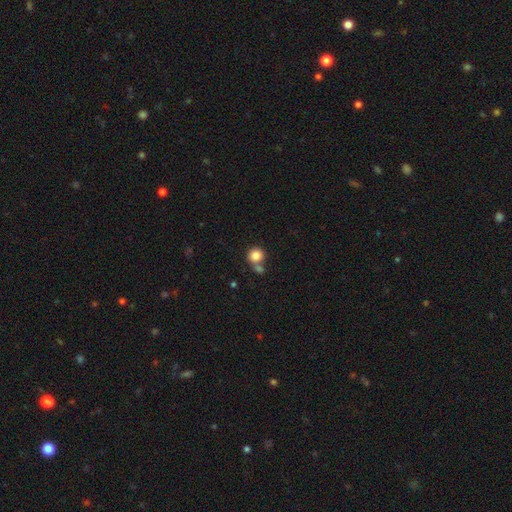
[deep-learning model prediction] smooth 84%, star or artifact 10%, featured or disk 6%. Down the decision tree: how rounded — round (90%); merging — none (59%).